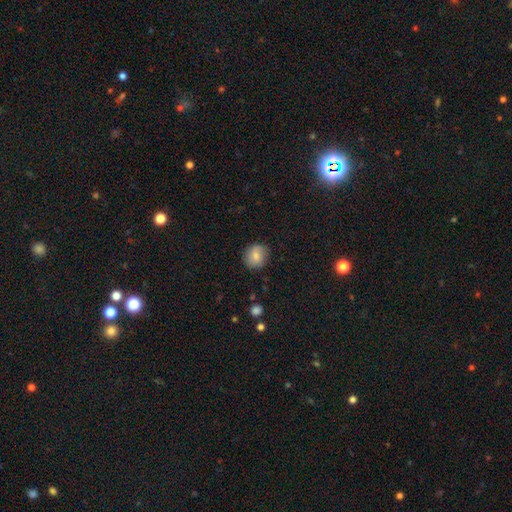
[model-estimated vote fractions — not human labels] A smooth galaxy with no disk features (78%) that is round (85%). Merging: none (83%).